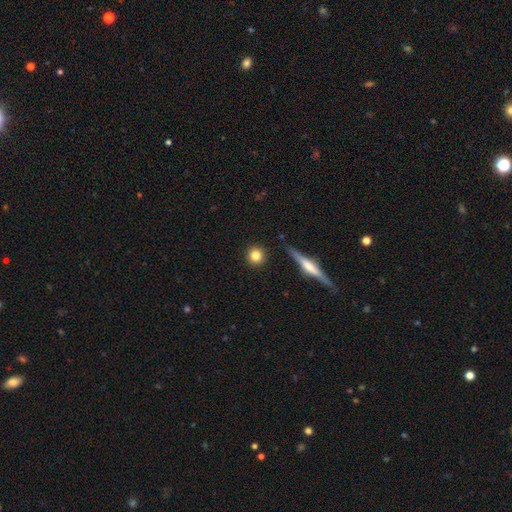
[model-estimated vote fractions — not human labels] Morphology: type=smooth (81%); roundness=round (91%); merging=none (89%).